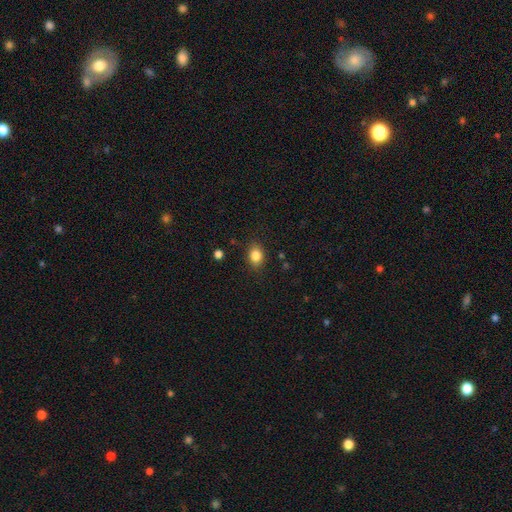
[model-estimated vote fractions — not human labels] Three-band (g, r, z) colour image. It shows a smooth galaxy with no disk features (84%) that is in between round and cigar-shaped (63%). Merging: none (84%).